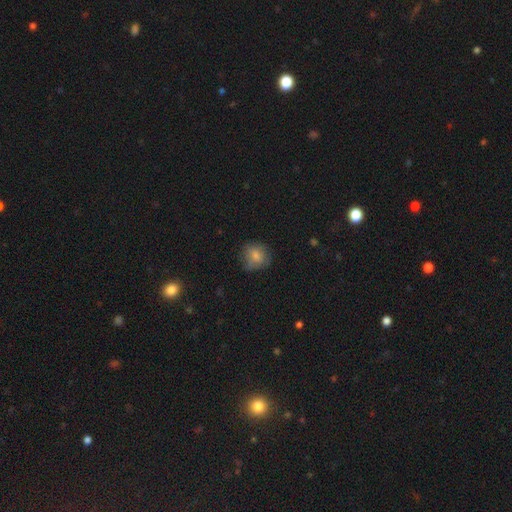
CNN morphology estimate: Smooth or featured? smooth (76%)
How rounded? round (74%)
Merging? none (65%)